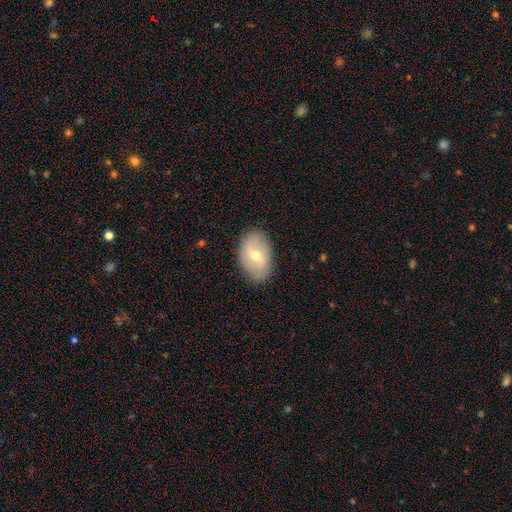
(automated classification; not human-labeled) A featured or disk galaxy (49%). Merging: none (84%).